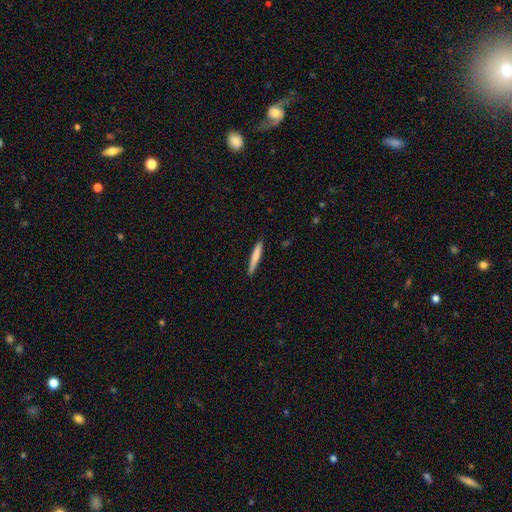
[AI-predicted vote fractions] Q: Smooth or featured?
A: smooth (77%); runner-up: featured or disk (17%)
Q: How rounded?
A: cigar-shaped (94%); runner-up: in between (5%)
Q: Merging?
A: none (86%); runner-up: minor disturbance (11%)